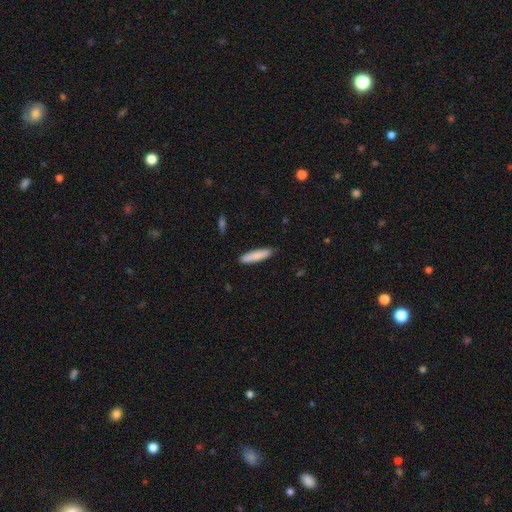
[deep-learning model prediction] smooth-or-featured: smooth: 84% | featured or disk: 11% | star or artifact: 6%
  how-rounded: cigar-shaped: 77% | in between: 22% | round: 1%
  merging: none: 82% | minor disturbance: 15% | major disturbance: 2% | merger: 1%